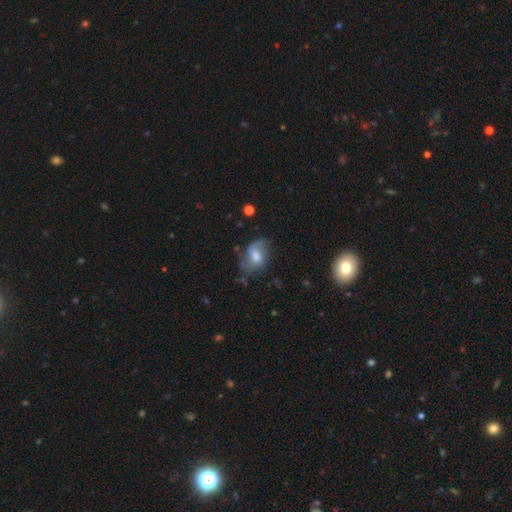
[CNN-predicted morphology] Overall: smooth (48%; featured or disk 43%). Merging: none (48%; minor disturbance 31%).